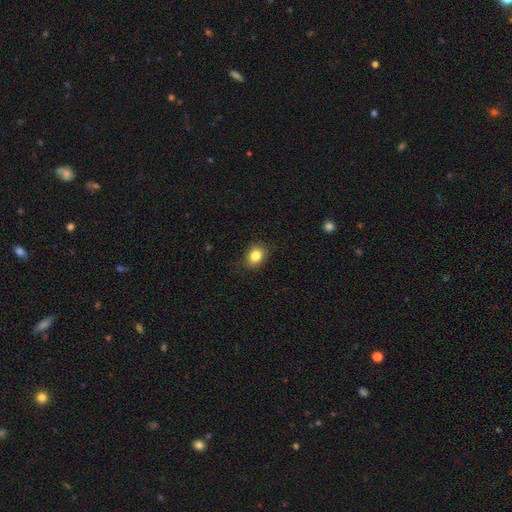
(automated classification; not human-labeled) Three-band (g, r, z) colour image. It shows a smooth galaxy with no disk features (83%) that is in between round and cigar-shaped (52%). Merging: none (83%).